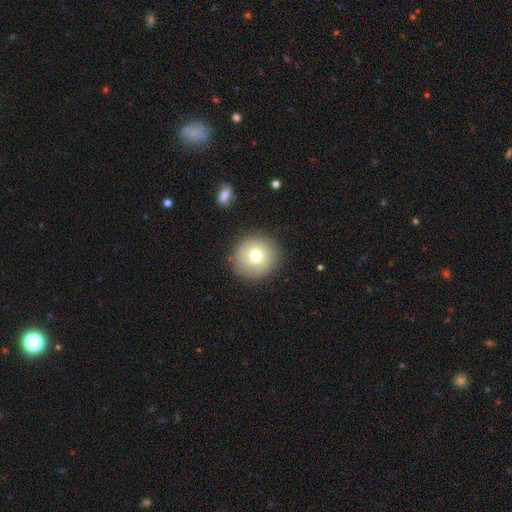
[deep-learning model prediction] A smooth galaxy with no disk features (74%) that is round (93%).

Vote fractions:
- Smooth or featured? smooth: 74% / featured or disk: 16% / star or artifact: 10%
- How rounded? round: 93% / in between: 6% / cigar-shaped: 1%
- Merging? none: 88% / minor disturbance: 8% / major disturbance: 3% / merger: 2%